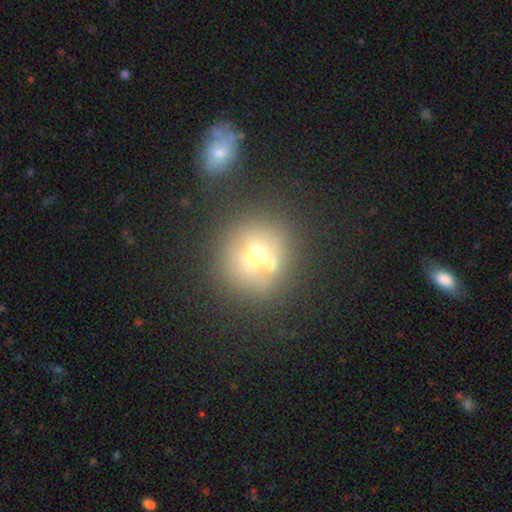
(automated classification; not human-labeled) smooth 60%, featured or disk 25%, star or artifact 15%. Down the decision tree: how rounded — round (88%); merging — none (54%).